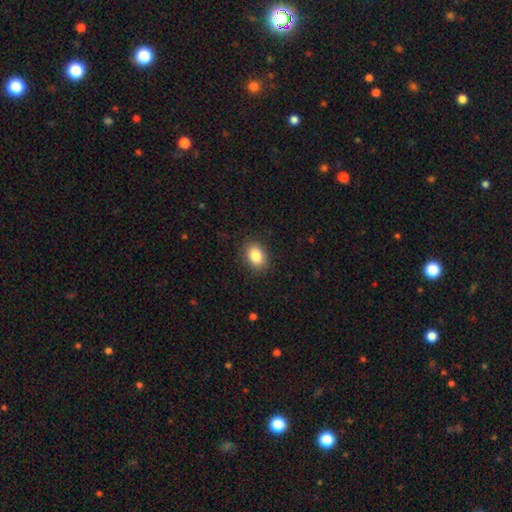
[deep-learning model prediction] smooth 86%, star or artifact 8%, featured or disk 6%. Down the decision tree: how rounded — in between (74%); merging — none (87%).